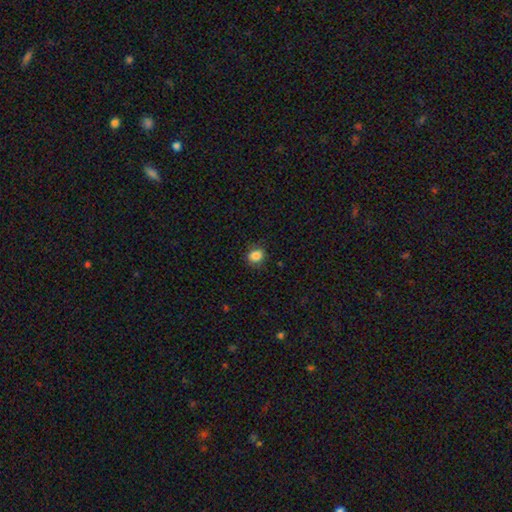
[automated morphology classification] Smooth or featured? Predicted: smooth (p=0.86). How rounded? Predicted: round (p=0.70). Merging? Predicted: none (p=0.84).